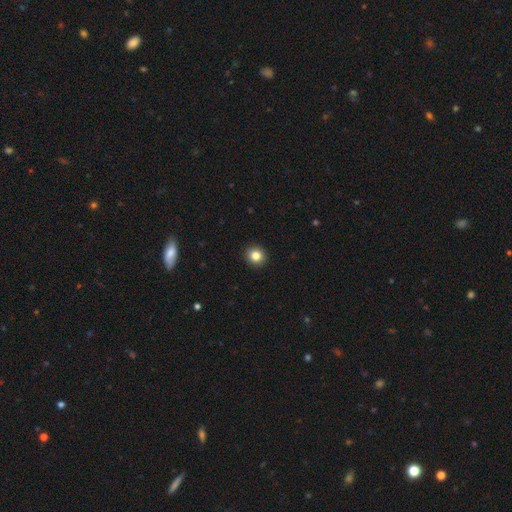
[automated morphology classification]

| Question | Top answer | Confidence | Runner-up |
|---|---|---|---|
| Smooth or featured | smooth | 84% | star or artifact (10%) |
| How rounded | round | 91% | in between (8%) |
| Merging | none | 93% | minor disturbance (4%) |